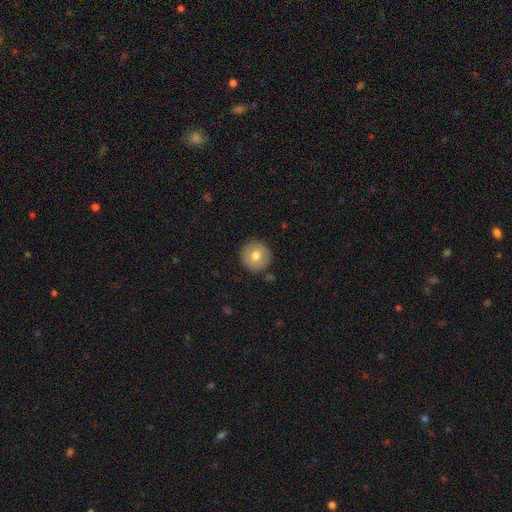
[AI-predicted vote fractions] Smooth or featured: smooth — 74% (featured or disk — 18%)
How rounded: round — 96% (in between — 3%)
Merging: none — 89% (minor disturbance — 7%)